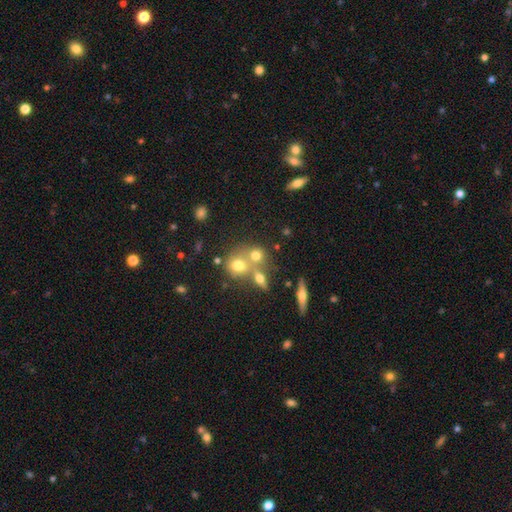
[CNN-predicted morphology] Q: Smooth or featured?
A: smooth (67%); runner-up: featured or disk (18%)
Q: How rounded?
A: round (73%); runner-up: in between (25%)
Q: Merging?
A: merger (47%); runner-up: none (40%)